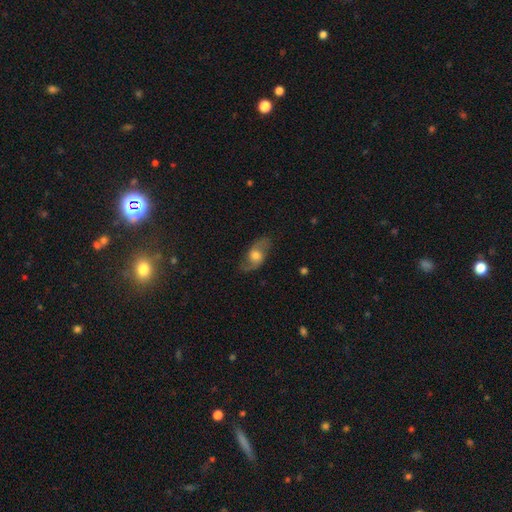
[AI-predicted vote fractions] The model was most divided on "smooth or featured": featured or disk: 60%, smooth: 32%, star or artifact: 8%. More confident: edge-on disk — no (89%); spiral arms — yes (82%); merging — none (75%); bar — no (66%); bulge size — moderate (59%).